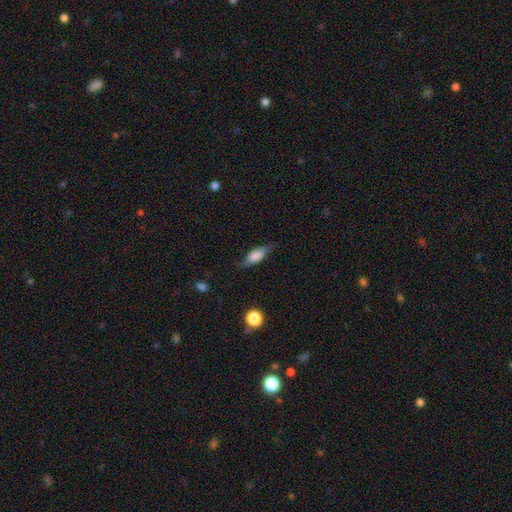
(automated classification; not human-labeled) Morphology: type=smooth (65%); roundness=in between (68%); merging=none (70%).